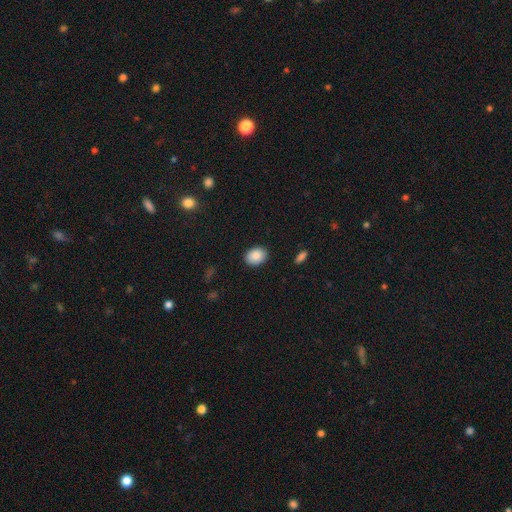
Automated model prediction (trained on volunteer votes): This appears to be a smooth galaxy with no disk features (87%) that is in between round and cigar-shaped (68%). Merging: none (88%).